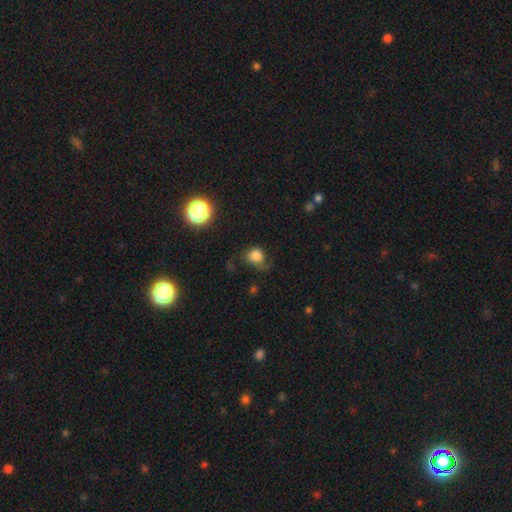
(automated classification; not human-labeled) smooth-or-featured: smooth: 78% | star or artifact: 12% | featured or disk: 10%
  how-rounded: round: 80% | in between: 19% | cigar-shaped: 1%
  merging: none: 48% | minor disturbance: 28% | major disturbance: 20% | merger: 3%